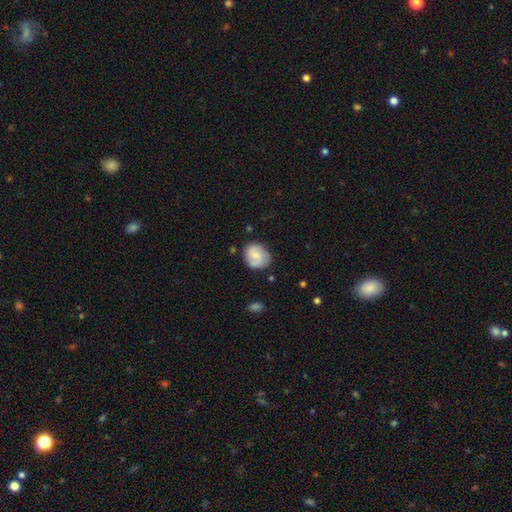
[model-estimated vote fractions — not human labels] Overall: smooth (49%; featured or disk 44%). Merging: none (74%).